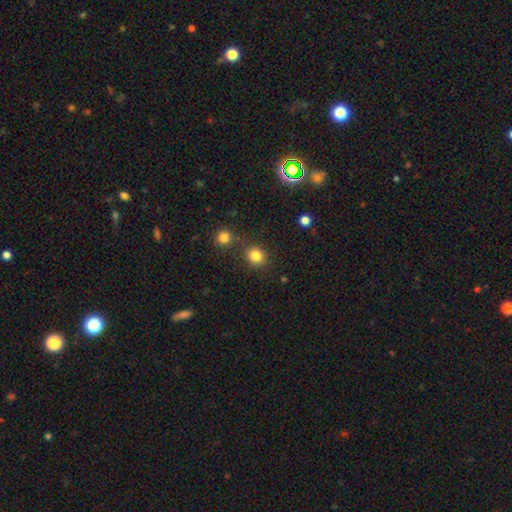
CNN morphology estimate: Smooth or featured? smooth (83%)
How rounded? round (80%)
Merging? none (82%)